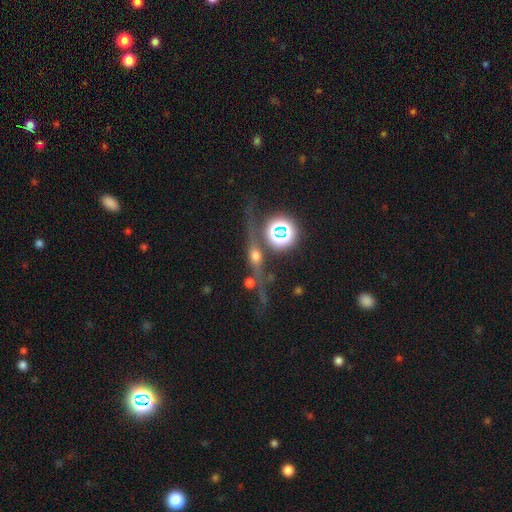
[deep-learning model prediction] Smooth or featured? featured or disk (56%)
Edge-on disk? yes (80%)
Merging? none (67%)